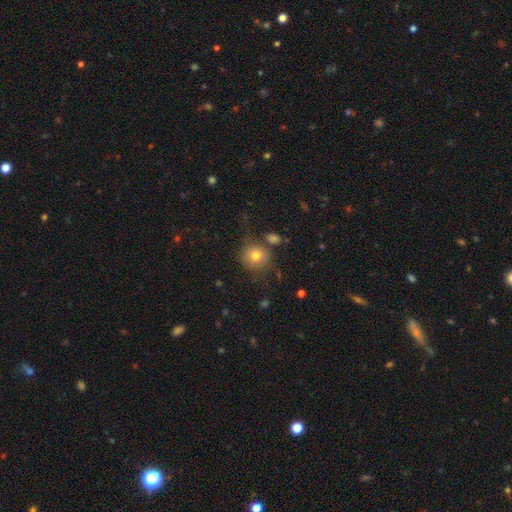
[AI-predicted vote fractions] Q: Smooth or featured?
A: smooth (77%); runner-up: star or artifact (12%)
Q: How rounded?
A: round (89%); runner-up: in between (10%)
Q: Merging?
A: none (75%); runner-up: minor disturbance (12%)